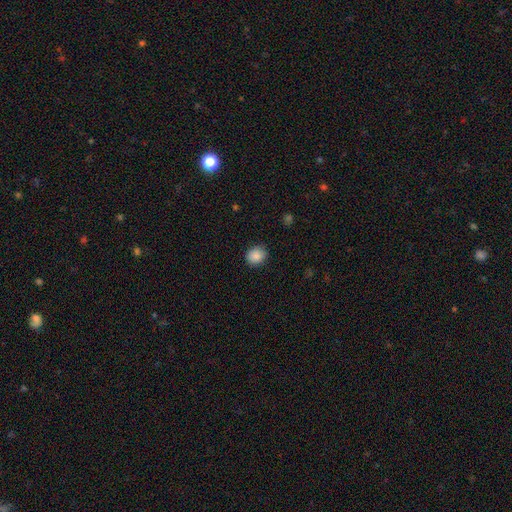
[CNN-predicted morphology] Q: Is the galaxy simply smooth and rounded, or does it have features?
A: smooth — 87%.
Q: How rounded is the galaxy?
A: round — 67%.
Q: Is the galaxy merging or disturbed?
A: none — 86%.